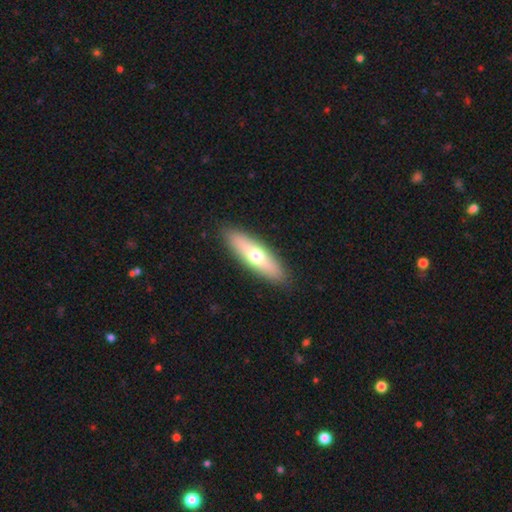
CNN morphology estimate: A smooth galaxy with no disk features (55%) that is cigar-shaped (60%). Merging: none (90%).